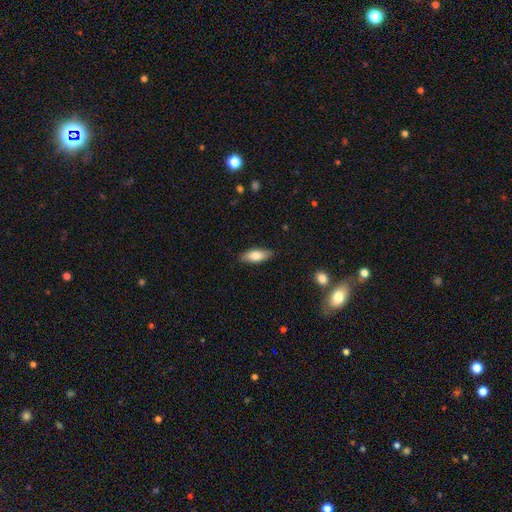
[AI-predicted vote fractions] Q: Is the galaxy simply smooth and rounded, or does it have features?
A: smooth — 77%.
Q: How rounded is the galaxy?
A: in between — 71%.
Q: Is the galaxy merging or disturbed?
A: none — 87%.